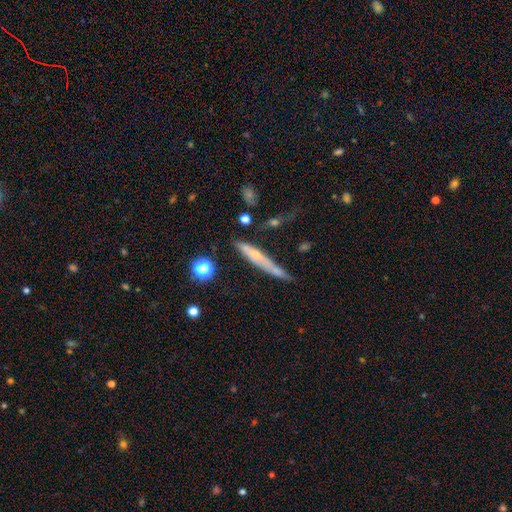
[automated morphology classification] A featured or disk galaxy (46%).

Vote fractions:
- Smooth or featured? featured or disk: 46% / smooth: 45% / star or artifact: 9%
- Merging? none: 56% / minor disturbance: 25% / major disturbance: 10% / merger: 9%